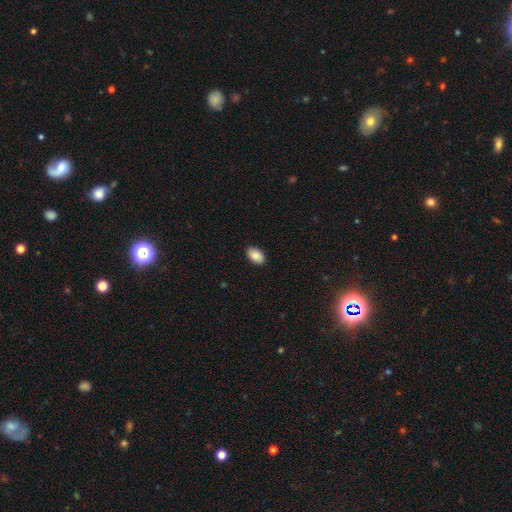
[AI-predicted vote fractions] A smooth galaxy with no disk features (89%) that is in between round and cigar-shaped (92%). Merging: none (90%).